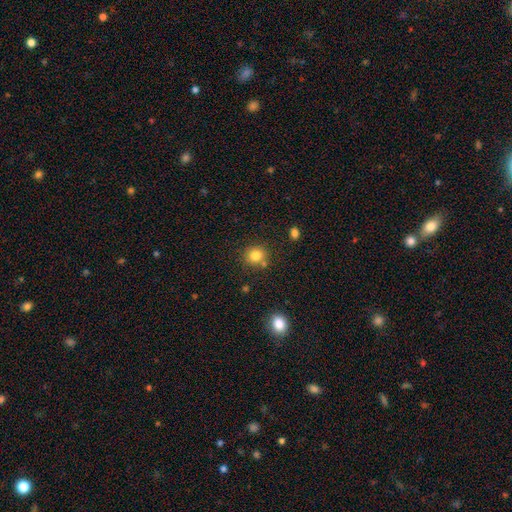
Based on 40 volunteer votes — This appears to be a smooth galaxy with no disk features (88%) that is round (89%). Merging: none (76%).